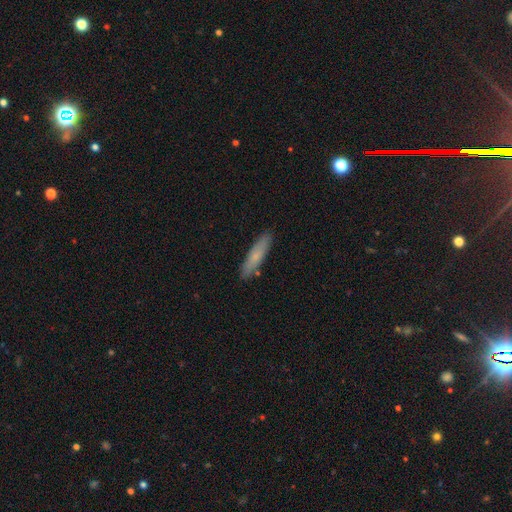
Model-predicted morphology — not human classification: smooth_or_featured: smooth (p=0.71) [alt: featured or disk p=0.22]
how_rounded: cigar-shaped (p=0.83) [alt: in between p=0.16]
merging: none (p=0.87) [alt: minor disturbance p=0.09]